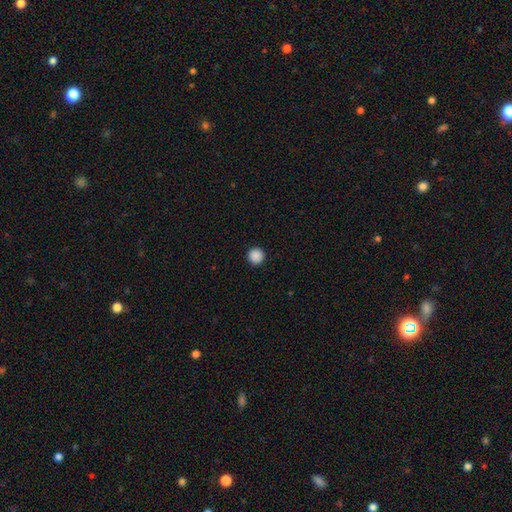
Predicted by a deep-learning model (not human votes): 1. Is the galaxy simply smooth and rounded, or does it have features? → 89% smooth, 9% star or artifact, 2% featured or disk.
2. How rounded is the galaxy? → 96% round, 3% in between, 1% cigar-shaped.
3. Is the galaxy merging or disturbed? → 93% none, 4% minor disturbance, 2% major disturbance, 1% merger.